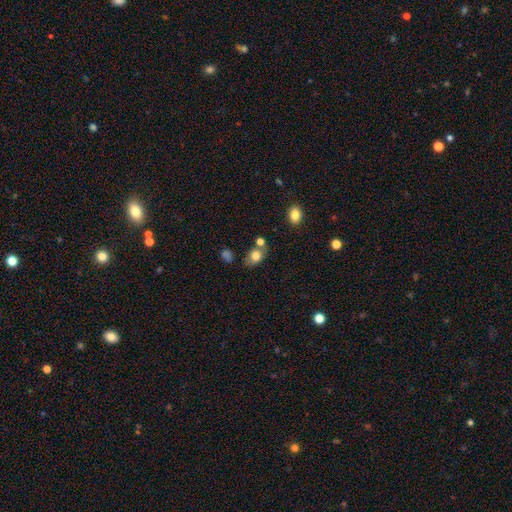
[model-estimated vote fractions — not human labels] Smooth or featured? smooth (76%)
How rounded? in between (75%)
Merging? none (59%)